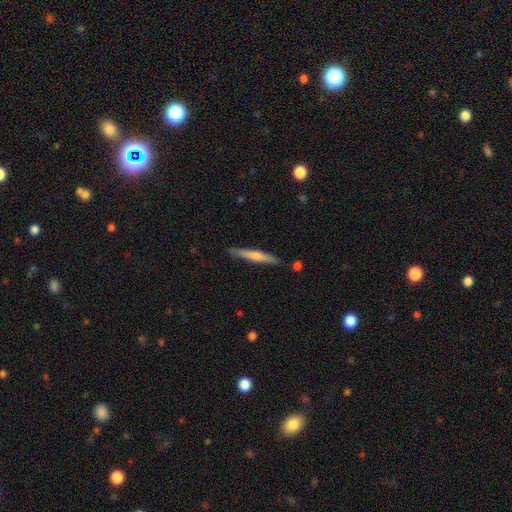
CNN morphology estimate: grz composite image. It shows a featured or disk galaxy (49%). Merging: none (89%).